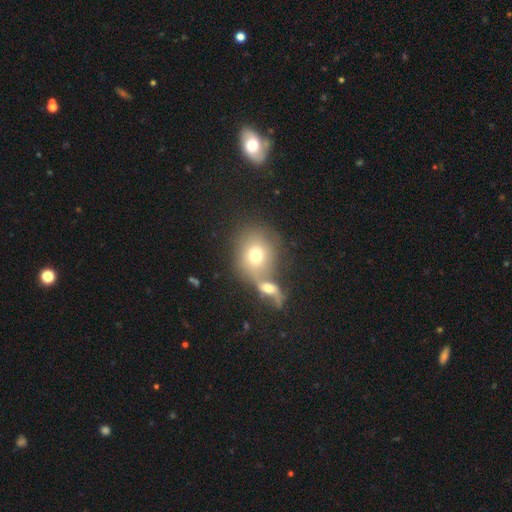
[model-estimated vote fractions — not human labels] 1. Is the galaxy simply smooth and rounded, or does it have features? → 66% smooth, 24% featured or disk, 10% star or artifact.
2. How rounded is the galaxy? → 62% round, 36% in between, 2% cigar-shaped.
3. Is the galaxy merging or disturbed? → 50% merger, 35% none, 9% minor disturbance, 7% major disturbance.